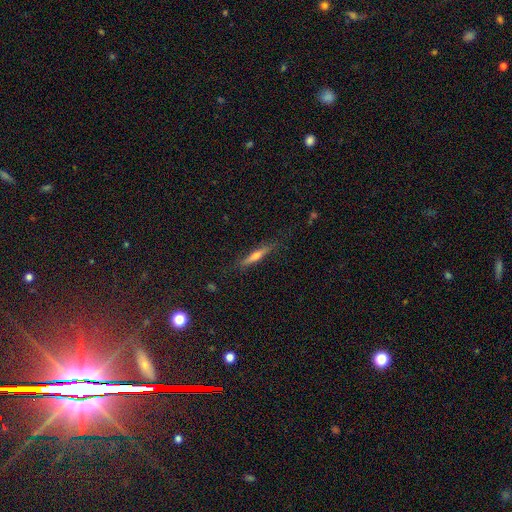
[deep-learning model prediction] This appears to be a featured or disk galaxy (53%) viewed edge-on (95%) with a rounded central bulge (79%). Merging: none (81%).